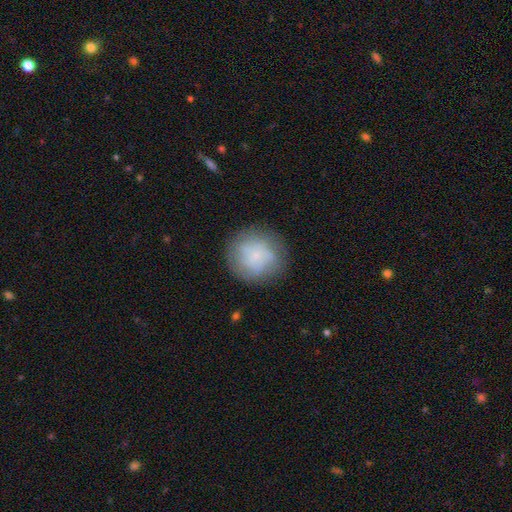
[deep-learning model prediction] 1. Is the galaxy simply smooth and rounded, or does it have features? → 60% smooth, 31% featured or disk, 9% star or artifact.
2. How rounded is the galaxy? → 92% round, 7% in between, 1% cigar-shaped.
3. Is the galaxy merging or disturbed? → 77% none, 15% minor disturbance, 7% major disturbance, 2% merger.